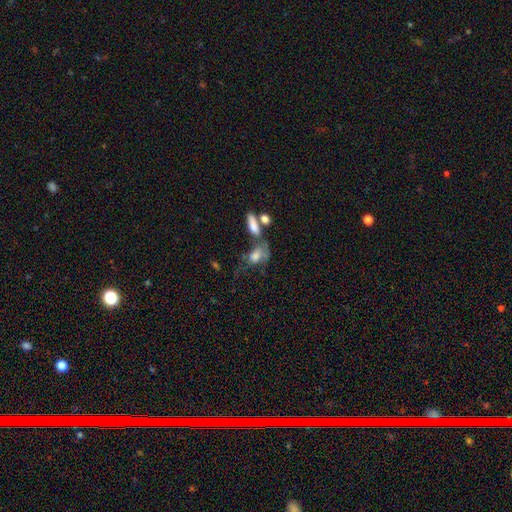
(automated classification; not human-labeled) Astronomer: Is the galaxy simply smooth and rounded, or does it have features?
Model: smooth — 63%.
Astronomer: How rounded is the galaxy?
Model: in between — 76%.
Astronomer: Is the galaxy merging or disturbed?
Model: merger — 34% (runner-up: major disturbance, 26%).